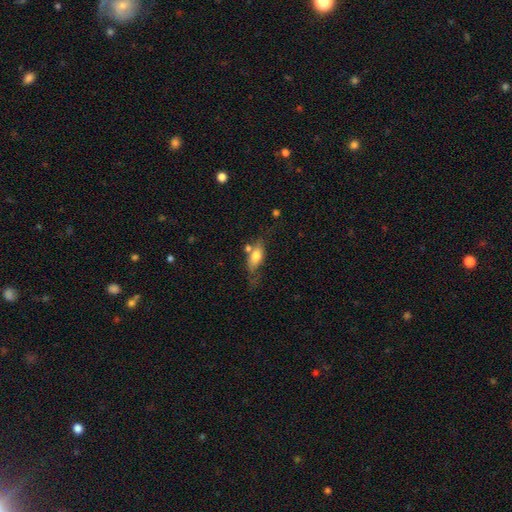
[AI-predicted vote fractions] smooth-or-featured: smooth: 66% | featured or disk: 27% | star or artifact: 7%
  how-rounded: in between: 77% | cigar-shaped: 18% | round: 5%
  merging: none: 48% | minor disturbance: 25% | merger: 15% | major disturbance: 13%